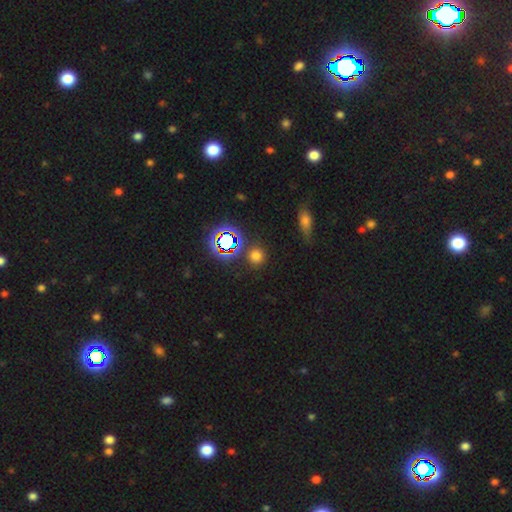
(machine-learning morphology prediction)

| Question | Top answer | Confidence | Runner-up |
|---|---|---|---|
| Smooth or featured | smooth | 66% | star or artifact (27%) |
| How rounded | round | 91% | in between (8%) |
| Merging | none | 84% | minor disturbance (8%) |